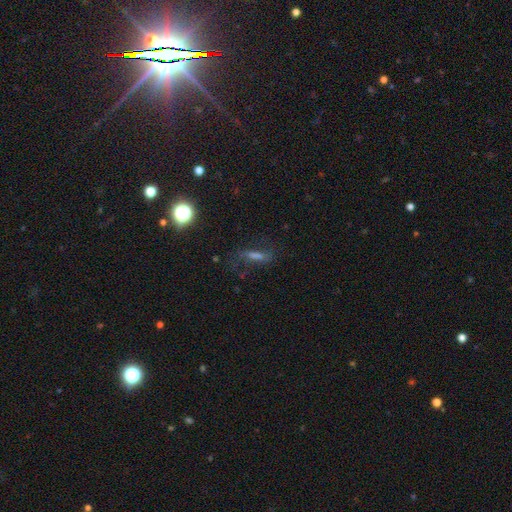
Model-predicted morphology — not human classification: Smooth or featured: featured or disk — 39% (smooth — 33%)
Merging: none — 65% (minor disturbance — 18%)